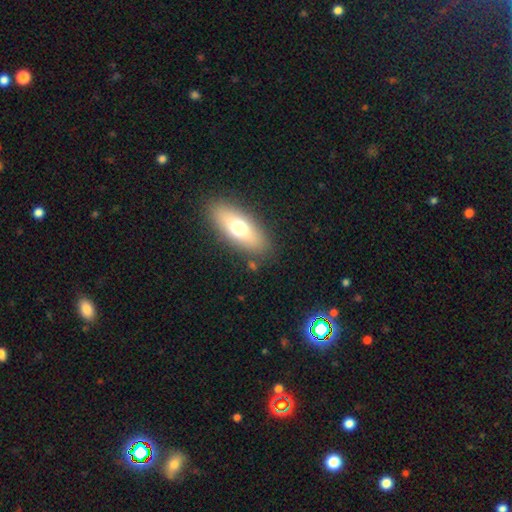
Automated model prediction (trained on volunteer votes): Smooth or featured? Predicted: smooth (p=0.63). How rounded? Predicted: in between (p=0.68). Merging? Predicted: none (p=0.88).